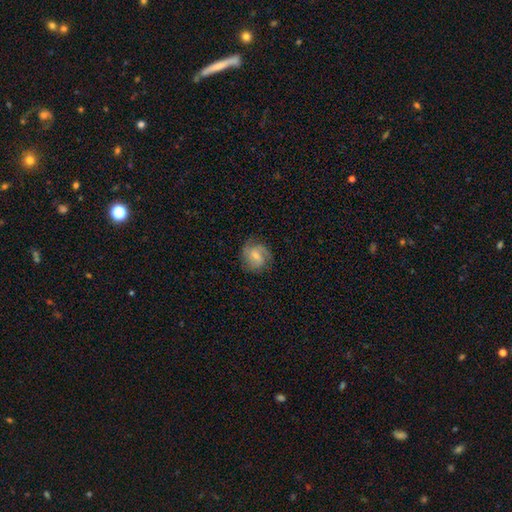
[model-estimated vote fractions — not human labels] Smooth or featured? Predicted: featured or disk (p=0.66). Edge-on disk? Predicted: no (p=0.98). Bar? Predicted: weak (p=0.53). Spiral arms? Predicted: yes (p=0.93). Spiral winding? Predicted: medium (p=0.48). Spiral arm count? Predicted: 2 (p=0.46). Bulge size? Predicted: small (p=0.44). Merging? Predicted: none (p=0.71).